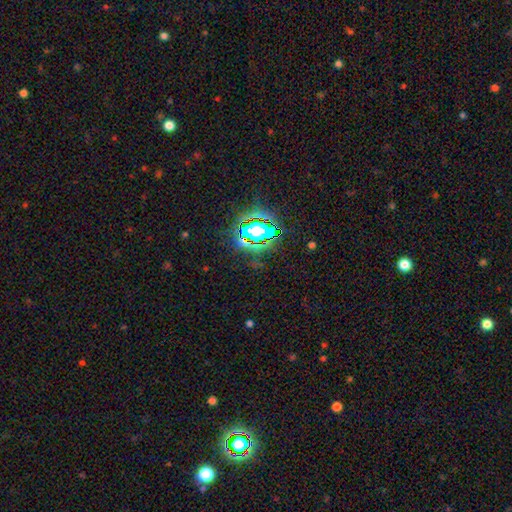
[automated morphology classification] Q: Smooth or featured?
A: star or artifact (78%); runner-up: smooth (14%)